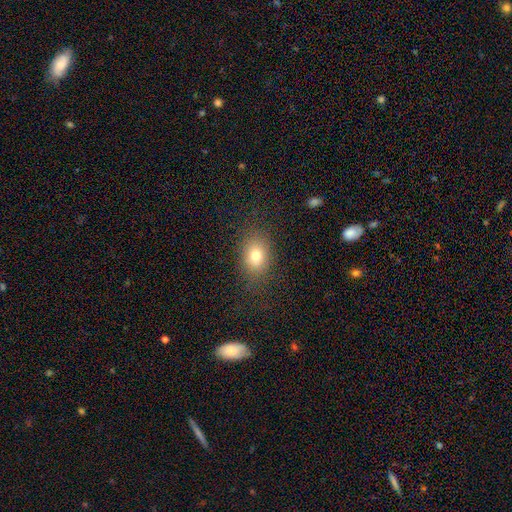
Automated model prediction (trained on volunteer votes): This is likely a smooth galaxy (75%). How rounded: likely in between (64%). Merging: clearly none (81%).